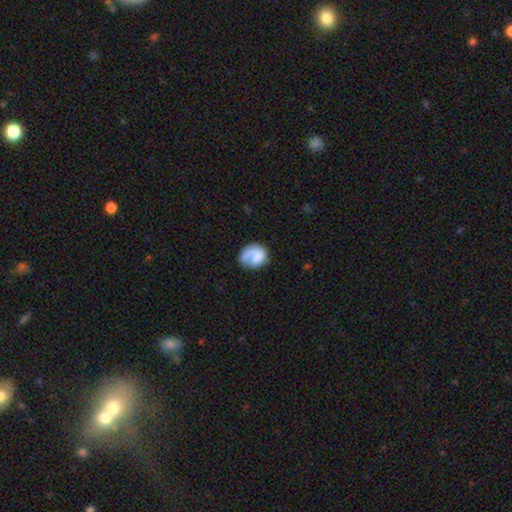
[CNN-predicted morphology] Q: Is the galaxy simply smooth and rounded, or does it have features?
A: smooth — 58%.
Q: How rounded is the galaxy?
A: round — 50%.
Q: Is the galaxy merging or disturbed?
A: none — 51%.